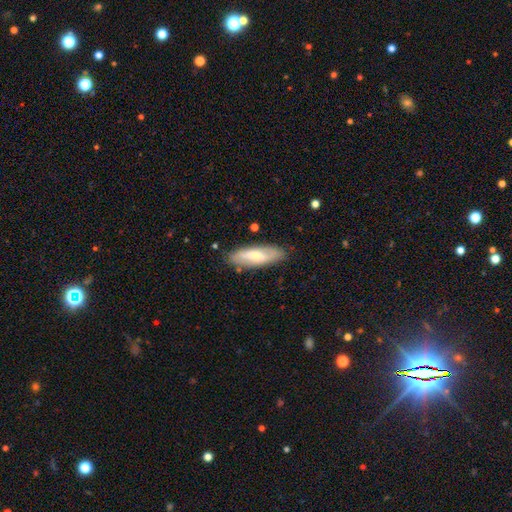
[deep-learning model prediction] smooth 56%, featured or disk 38%, star or artifact 6%. Down the decision tree: how rounded — in between (55%); merging — none (82%).